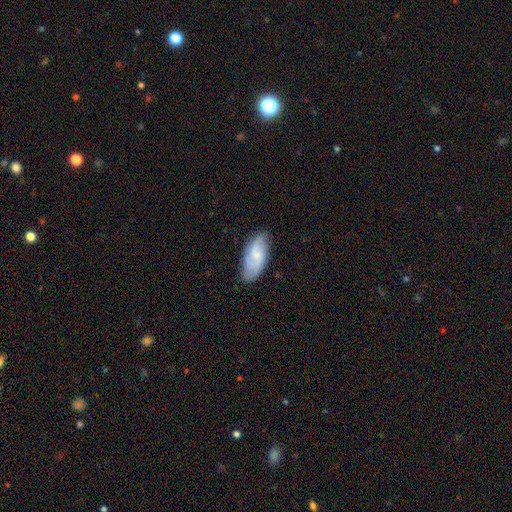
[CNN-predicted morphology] smooth-or-featured: featured or disk: 51% | smooth: 43% | star or artifact: 7%
  disk-edge-on: no: 93% | yes: 7%
  merging: none: 76% | minor disturbance: 19% | major disturbance: 4% | merger: 1%